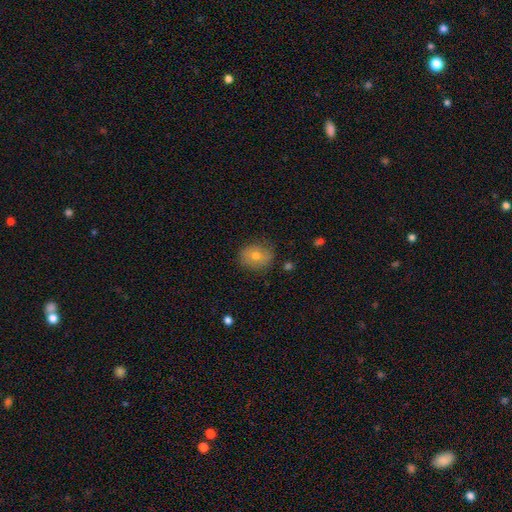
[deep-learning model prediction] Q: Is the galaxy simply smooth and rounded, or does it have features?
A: smooth — 60%.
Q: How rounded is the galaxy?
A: round — 64%.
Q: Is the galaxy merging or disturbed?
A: none — 79%.